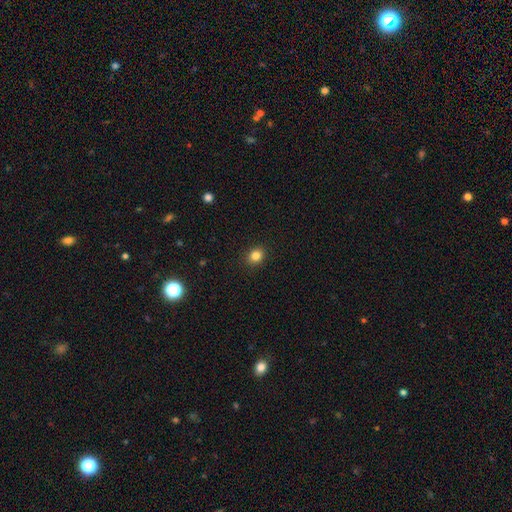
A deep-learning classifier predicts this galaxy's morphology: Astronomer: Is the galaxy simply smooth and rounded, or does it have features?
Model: smooth — 84%.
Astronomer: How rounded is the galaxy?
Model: round — 61% (runner-up: in between, 38%).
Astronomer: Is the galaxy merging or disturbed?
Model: none — 90%.